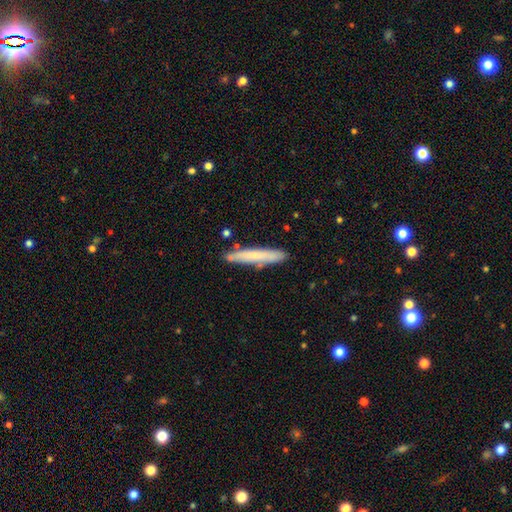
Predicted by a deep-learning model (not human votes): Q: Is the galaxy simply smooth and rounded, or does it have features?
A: smooth — 64%.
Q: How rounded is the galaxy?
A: cigar-shaped — 93%.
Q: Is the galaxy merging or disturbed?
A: none — 82%.